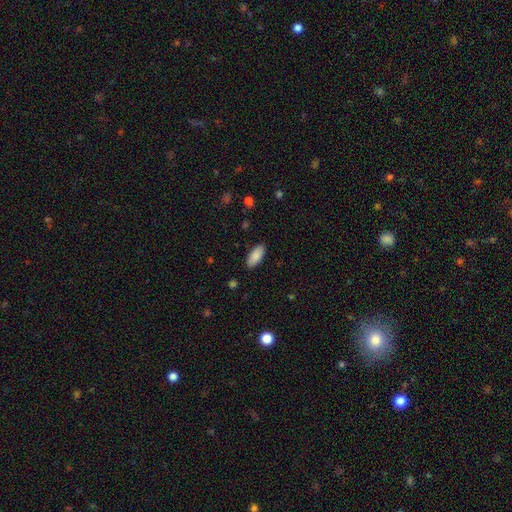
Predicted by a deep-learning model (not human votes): The model was most divided on "how rounded": in between: 88%, cigar-shaped: 11%, round: 2%. More confident: merging — none (88%); smooth or featured — smooth (88%).